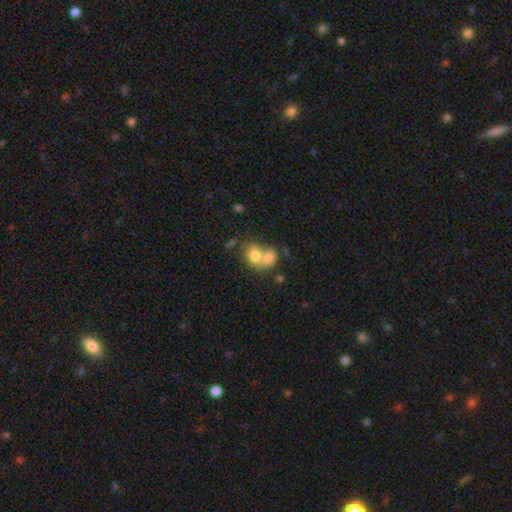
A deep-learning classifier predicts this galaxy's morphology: Smooth or featured: smooth — 74% (featured or disk — 18%)
How rounded: round — 59% (in between — 40%)
Merging: merger — 67% (none — 22%)